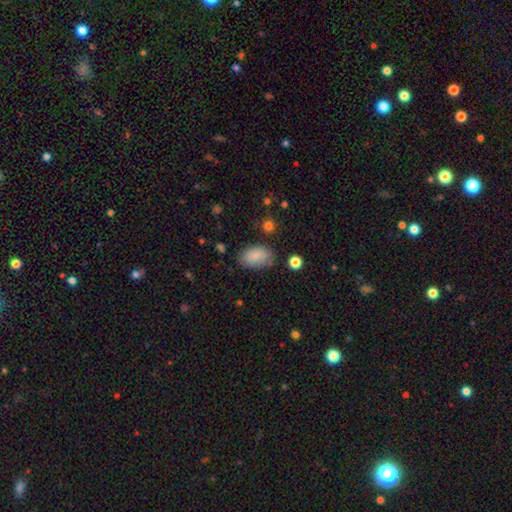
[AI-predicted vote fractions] Overall: smooth (85%). How rounded: in between (92%). Merging: none (73%).